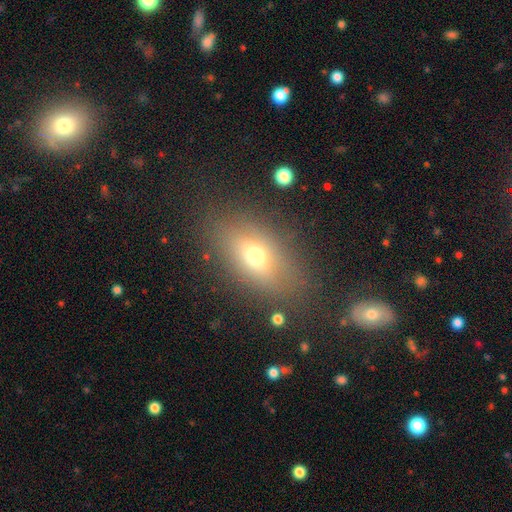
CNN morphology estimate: The model was most divided on "smooth or featured": smooth: 64%, featured or disk: 22%, star or artifact: 14%. More confident: how rounded — in between (80%); merging — none (78%).